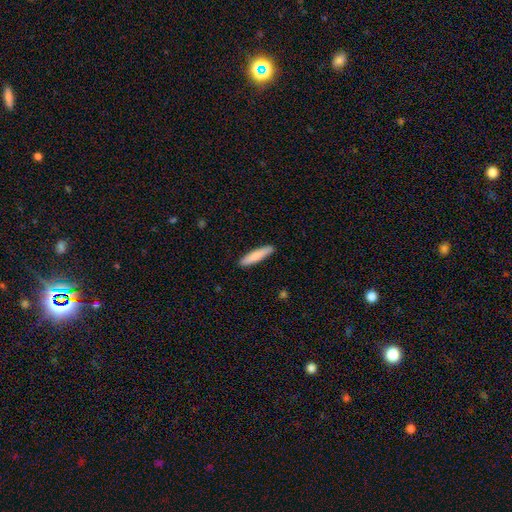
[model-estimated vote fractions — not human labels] Overall: smooth (82%). How rounded: cigar-shaped (86%). Merging: none (90%).